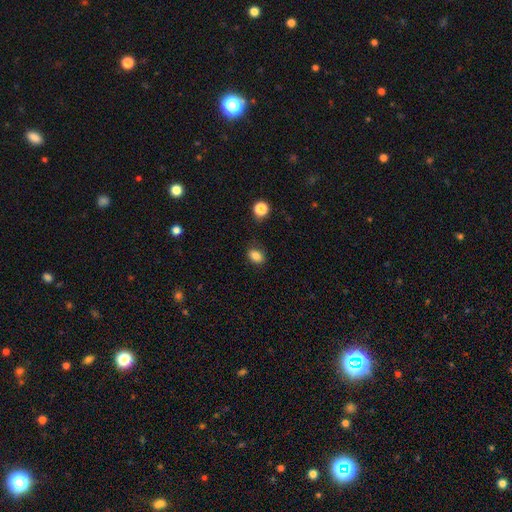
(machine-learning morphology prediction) Smooth or featured: smooth — 84% (star or artifact — 10%)
How rounded: in between — 75% (round — 23%)
Merging: none — 82% (minor disturbance — 13%)